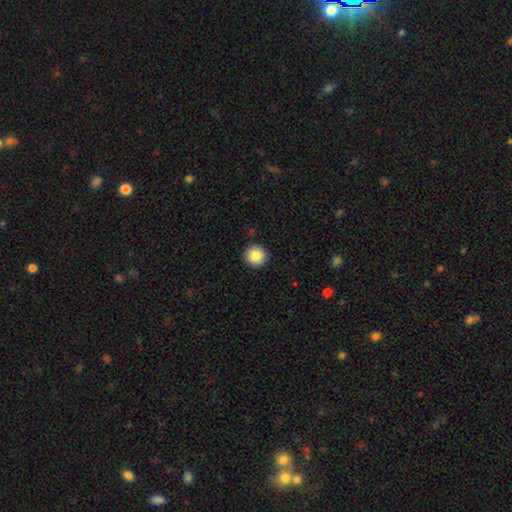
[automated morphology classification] Smooth or featured? Predicted: smooth (p=0.86). How rounded? Predicted: round (p=0.96). Merging? Predicted: none (p=0.93).